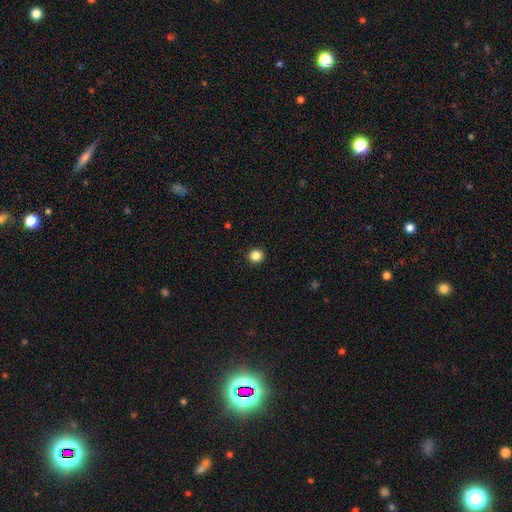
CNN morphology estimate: This appears to be a smooth galaxy with no disk features (85%) that is round (94%). Merging: none (94%).